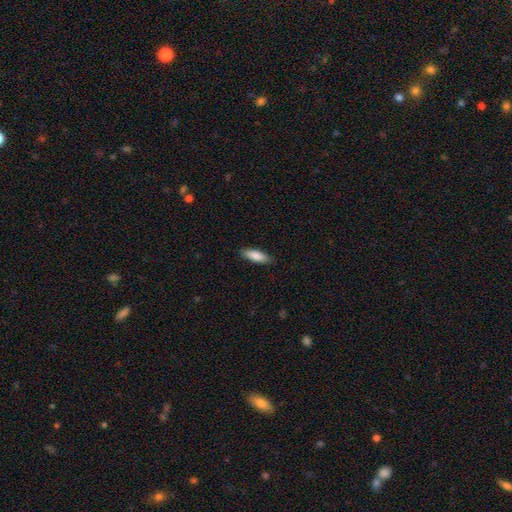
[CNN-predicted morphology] This appears to be a smooth galaxy with no disk features (85%) that is in between round and cigar-shaped (59%). Merging: none (88%).